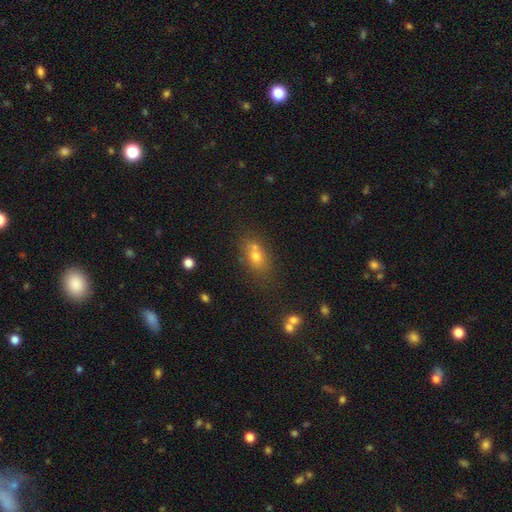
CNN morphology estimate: smooth 66%, featured or disk 17%, star or artifact 16%. Down the decision tree: how rounded — in between (62%); merging — none (53%).